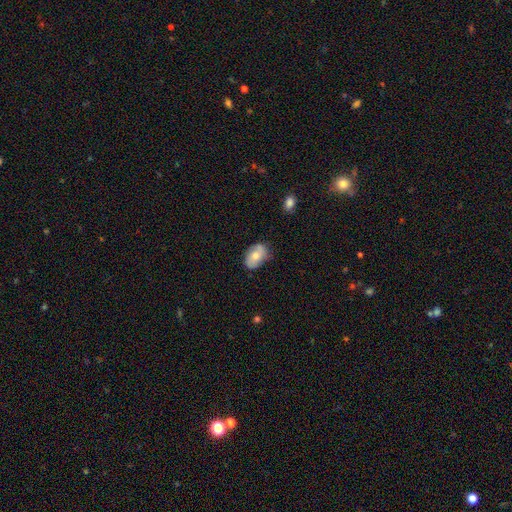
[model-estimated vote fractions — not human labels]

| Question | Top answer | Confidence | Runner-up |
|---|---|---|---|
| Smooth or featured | smooth | 62% | featured or disk (30%) |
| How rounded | in between | 88% | round (11%) |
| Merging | none | 66% | minor disturbance (27%) |